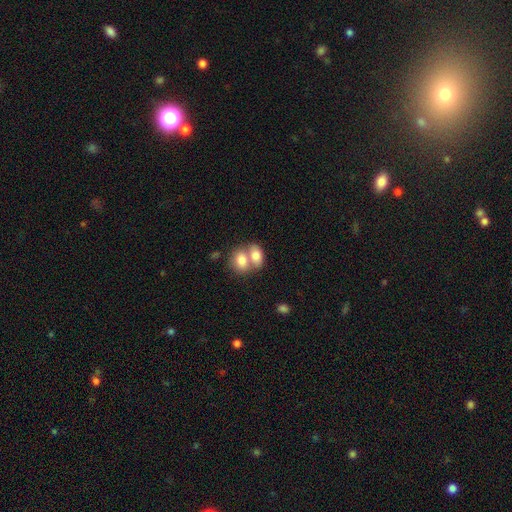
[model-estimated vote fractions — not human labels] This appears to be a smooth galaxy with no disk features (78%) that is in between round and cigar-shaped (76%). Merging: merger (67%).